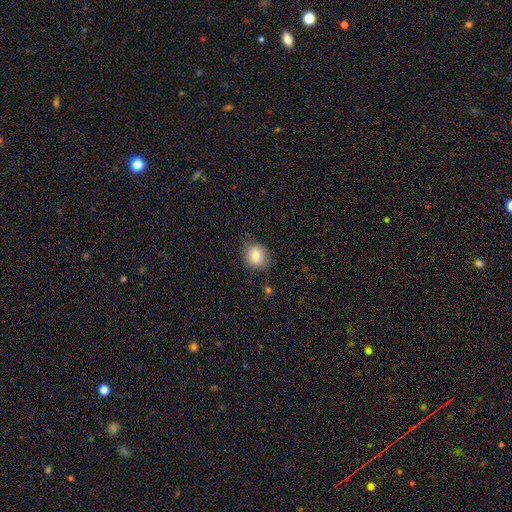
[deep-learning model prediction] A smooth galaxy with no disk features (81%) that is round (64%). Merging: none (82%).